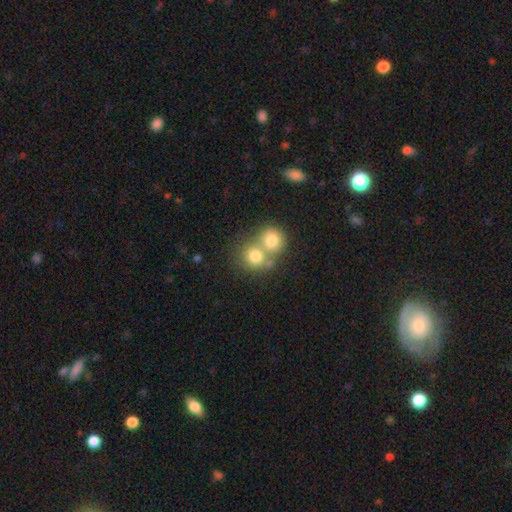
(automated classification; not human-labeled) Smooth or featured: smooth — 75% (featured or disk — 13%)
How rounded: round — 83% (in between — 16%)
Merging: merger — 56% (none — 36%)